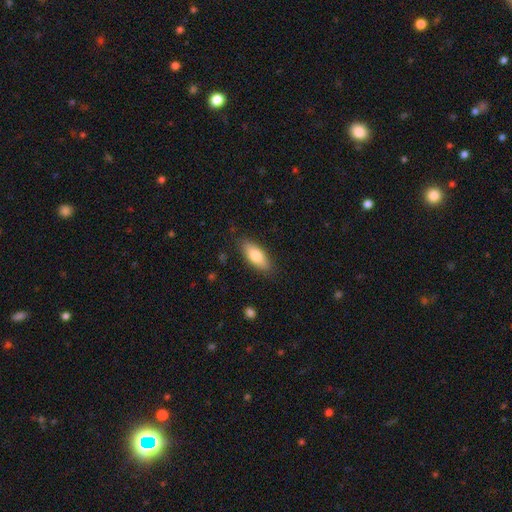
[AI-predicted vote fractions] A smooth galaxy with no disk features (77%) that is in between round and cigar-shaped (77%). Merging: none (85%).